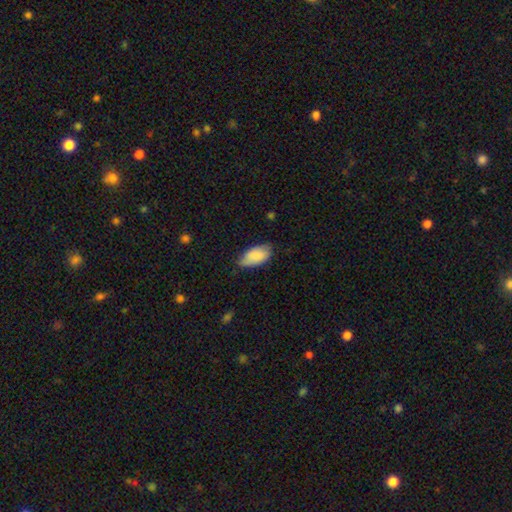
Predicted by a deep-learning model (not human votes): This is clearly a smooth galaxy (84%). How rounded: clearly in between (94%). Merging: likely none (67%).